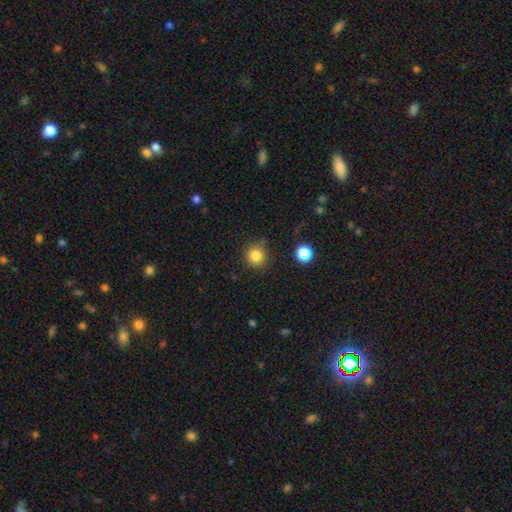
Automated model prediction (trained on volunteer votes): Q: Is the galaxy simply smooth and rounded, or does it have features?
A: smooth — 83%.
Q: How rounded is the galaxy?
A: round — 92%.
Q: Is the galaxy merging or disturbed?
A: none — 79%.